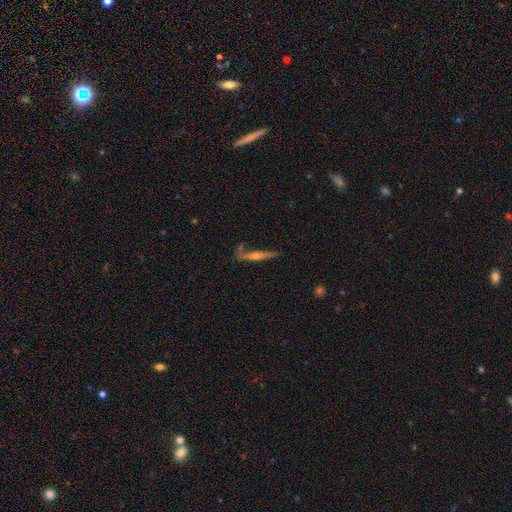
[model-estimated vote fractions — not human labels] Smooth or featured? Predicted: featured or disk (p=0.69). Edge-on disk? Predicted: yes (p=0.91). Edge-on bulge? Predicted: rounded (p=0.84). Merging? Predicted: none (p=0.66).